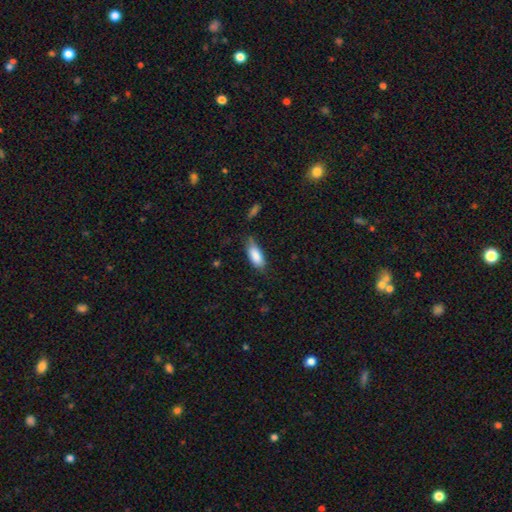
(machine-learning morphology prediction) smooth_or_featured: smooth (p=0.85) [alt: featured or disk p=0.09]
how_rounded: in between (p=0.81) [alt: cigar-shaped p=0.17]
merging: none (p=0.59) [alt: minor disturbance p=0.30]